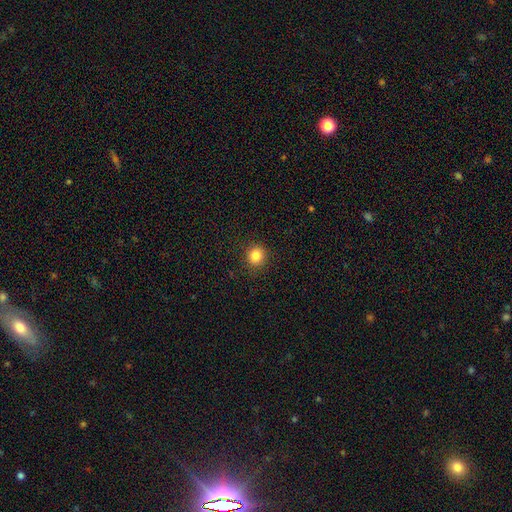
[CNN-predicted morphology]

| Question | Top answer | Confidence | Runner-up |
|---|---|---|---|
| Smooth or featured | smooth | 84% | star or artifact (11%) |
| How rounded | round | 88% | in between (11%) |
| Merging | none | 90% | minor disturbance (7%) |